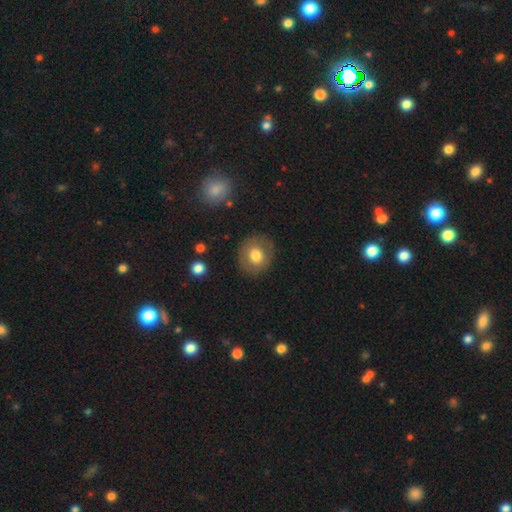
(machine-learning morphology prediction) Smooth or featured?
  - smooth: 73% *
  - featured or disk: 19%
  - star or artifact: 8%
How rounded?
  - round: 80% *
  - in between: 19%
  - cigar-shaped: 1%
Merging?
  - none: 85% *
  - minor disturbance: 10%
  - major disturbance: 4%
  - merger: 1%